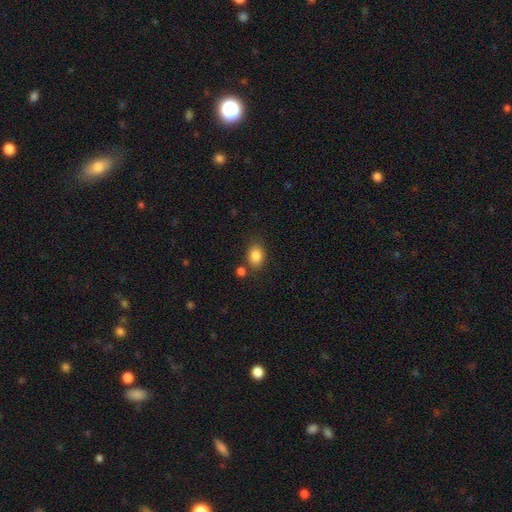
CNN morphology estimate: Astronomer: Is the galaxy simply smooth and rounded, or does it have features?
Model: smooth — 85%.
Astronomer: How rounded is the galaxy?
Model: in between — 69%.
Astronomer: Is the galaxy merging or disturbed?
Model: none — 76%.